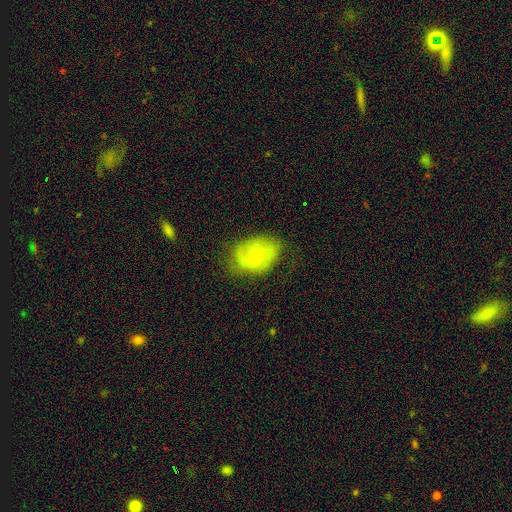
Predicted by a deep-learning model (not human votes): Smooth or featured? featured or disk (76%)
Edge-on disk? no (98%)
Bar? weak (62%)
Spiral arms? yes (92%)
Spiral winding? medium (52%)
Spiral arm count? 2 (85%)
Bulge size? small (61%)
Merging? none (70%)